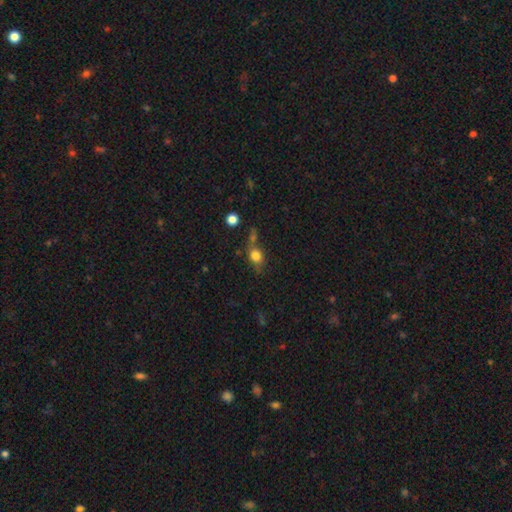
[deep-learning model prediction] Smooth or featured? Predicted: smooth (p=0.75). How rounded? Predicted: round (p=0.50). Merging? Predicted: none (p=0.54).